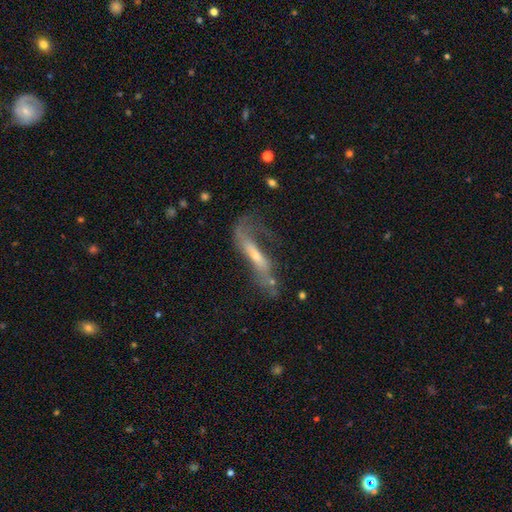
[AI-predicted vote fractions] A featured or disk galaxy (66%).

Vote fractions:
- Smooth or featured? featured or disk: 66% / smooth: 25% / star or artifact: 9%
- Edge-on disk? no: 58% / yes: 42%
- Merging? major disturbance: 38% / none: 35% / minor disturbance: 20% / merger: 7%